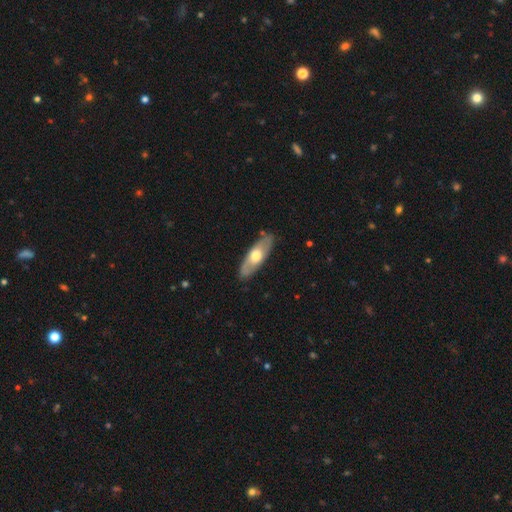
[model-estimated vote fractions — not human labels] This appears to be a smooth galaxy with no disk features (48%). Merging: none (85%).